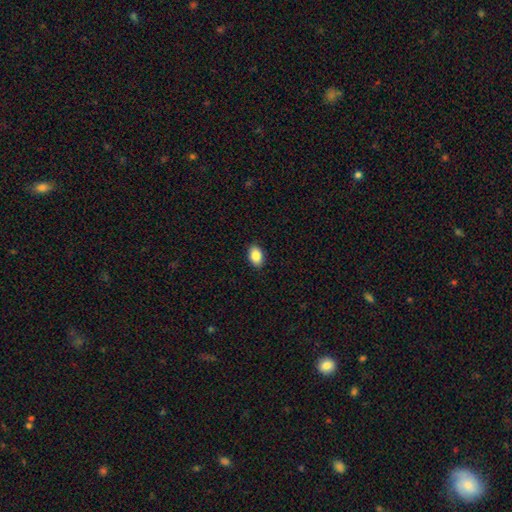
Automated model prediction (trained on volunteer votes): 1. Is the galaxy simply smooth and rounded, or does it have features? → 87% smooth, 8% star or artifact, 5% featured or disk.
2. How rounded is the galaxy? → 85% in between, 13% round, 1% cigar-shaped.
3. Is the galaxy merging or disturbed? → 90% none, 7% minor disturbance, 2% major disturbance, 1% merger.